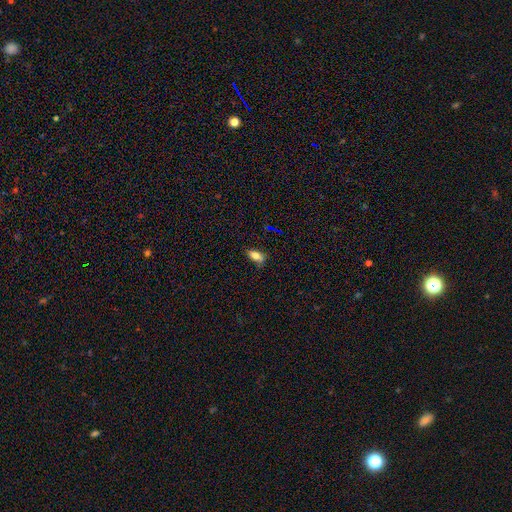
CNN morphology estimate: Smooth or featured? smooth (76%)
How rounded? in between (86%)
Merging? none (70%)